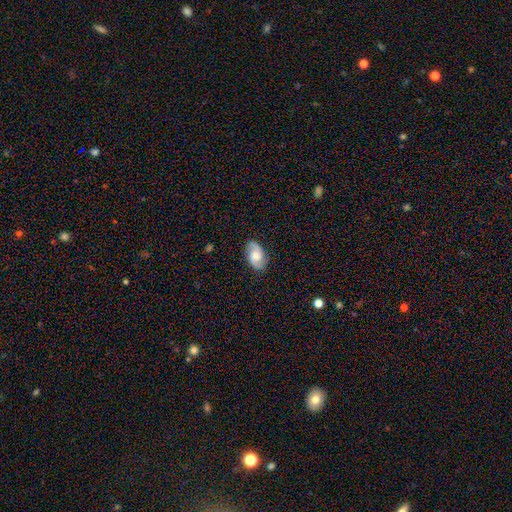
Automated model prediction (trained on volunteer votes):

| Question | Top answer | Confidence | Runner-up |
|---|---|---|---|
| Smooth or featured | featured or disk | 61% | smooth (32%) |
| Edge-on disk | no | 96% | yes (4%) |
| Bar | no | 61% | weak (33%) |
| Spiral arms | yes | 92% | no (8%) |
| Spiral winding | medium | 46% | loose (28%) |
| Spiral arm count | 2 | 89% | can't tell (6%) |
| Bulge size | moderate | 58% | small (23%) |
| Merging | none | 83% | minor disturbance (13%) |